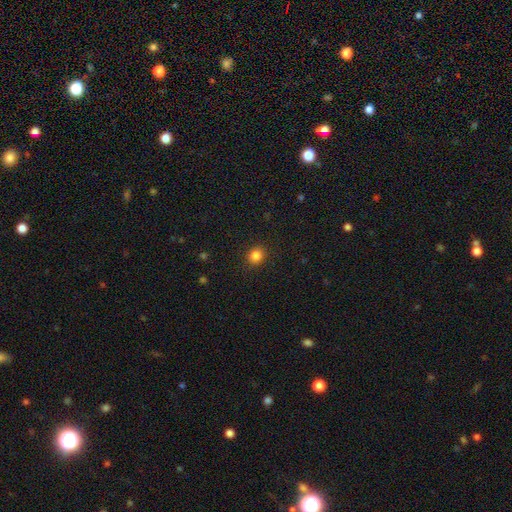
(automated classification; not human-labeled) Morphology: type=smooth (84%); roundness=round (78%); merging=none (90%).